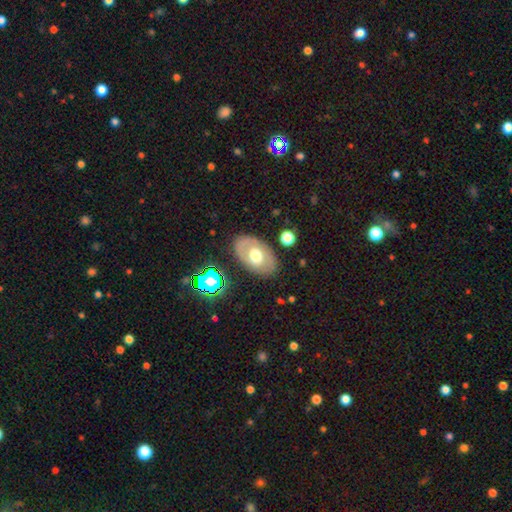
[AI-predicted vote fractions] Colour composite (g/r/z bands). It shows a smooth galaxy with no disk features (49%). Merging: none (83%).